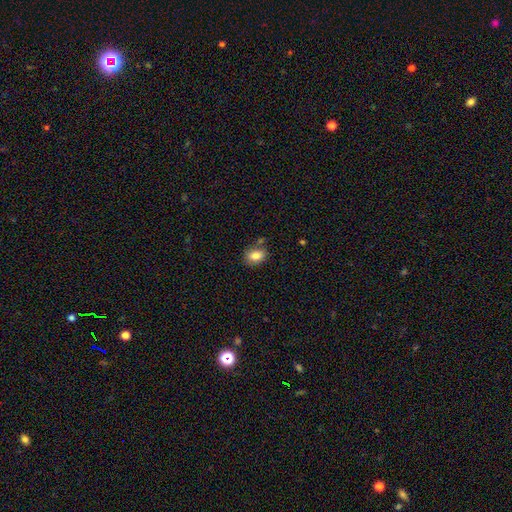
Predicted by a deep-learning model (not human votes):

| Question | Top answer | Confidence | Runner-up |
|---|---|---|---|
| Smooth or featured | smooth | 84% | star or artifact (9%) |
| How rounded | in between | 71% | round (27%) |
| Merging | none | 75% | minor disturbance (14%) |